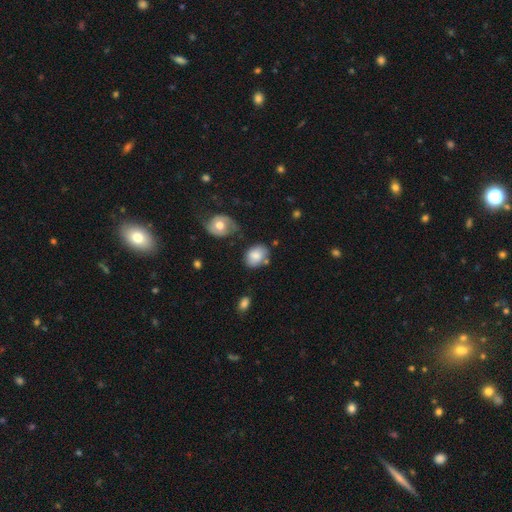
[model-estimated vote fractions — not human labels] smooth-or-featured: smooth: 79% | featured or disk: 14% | star or artifact: 8%
  how-rounded: in between: 69% | round: 30% | cigar-shaped: 1%
  merging: none: 62% | minor disturbance: 24% | merger: 7% | major disturbance: 7%